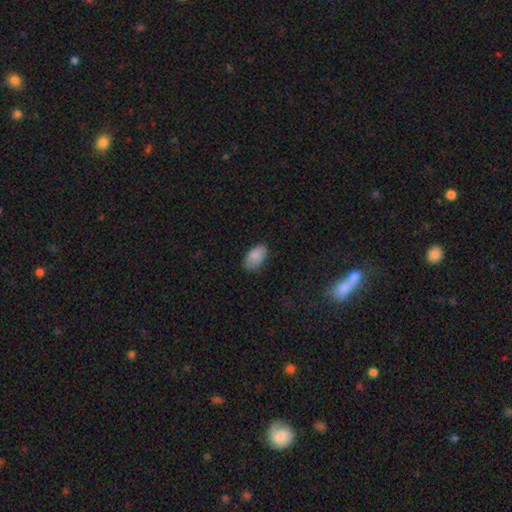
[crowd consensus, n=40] Smooth or featured? 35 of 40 (88%) said smooth. How rounded? 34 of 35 (97%) said in between. Merging? 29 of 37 (78%) said none.